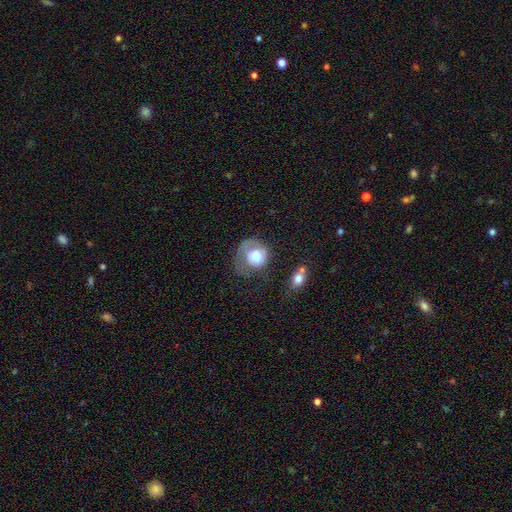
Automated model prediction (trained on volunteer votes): Morphology: type=smooth (56%); roundness=round (68%); merging=major disturbance (41%).